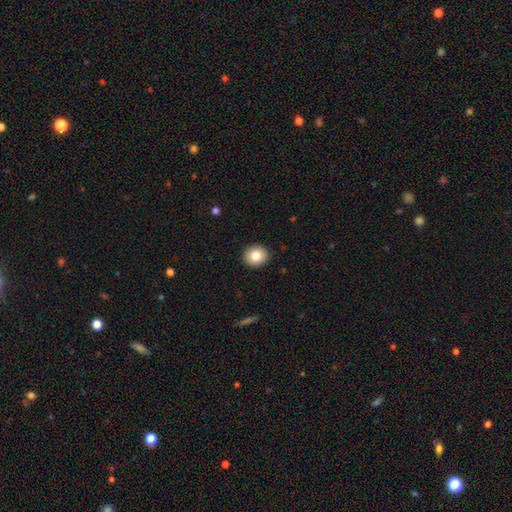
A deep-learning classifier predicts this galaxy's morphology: The model was most divided on "how rounded": round: 79%, in between: 20%, cigar-shaped: 1%. More confident: merging — none (92%); smooth or featured — smooth (82%).